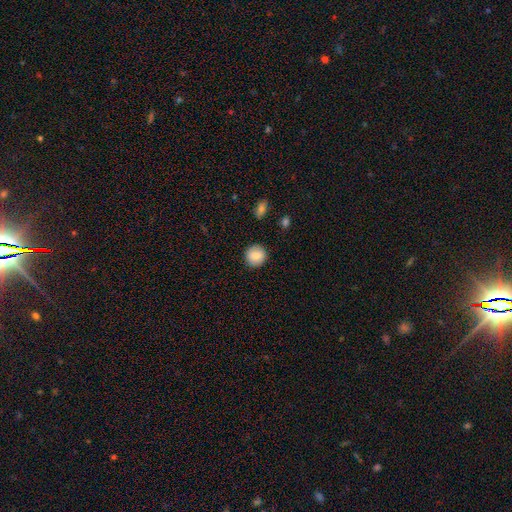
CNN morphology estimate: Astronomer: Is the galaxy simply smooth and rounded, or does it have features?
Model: smooth — 84%.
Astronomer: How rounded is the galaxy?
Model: round — 93%.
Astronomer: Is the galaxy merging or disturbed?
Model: none — 91%.